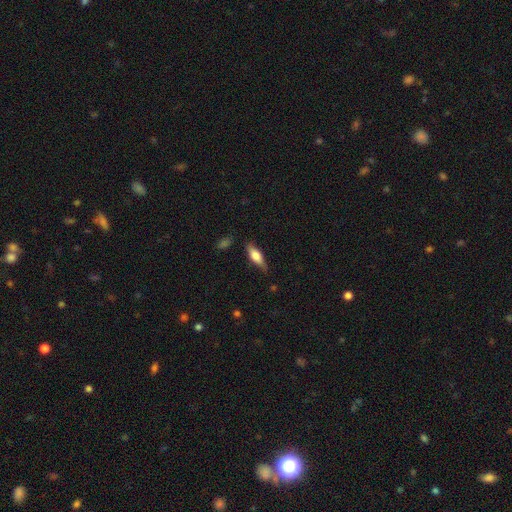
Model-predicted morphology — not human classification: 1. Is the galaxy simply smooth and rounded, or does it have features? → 60% smooth, 34% featured or disk, 6% star or artifact.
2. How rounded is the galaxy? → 57% in between, 40% cigar-shaped, 3% round.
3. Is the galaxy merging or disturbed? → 76% none, 19% minor disturbance, 4% major disturbance, 2% merger.